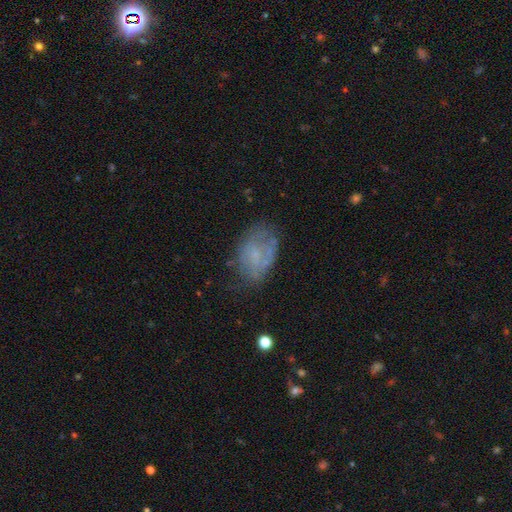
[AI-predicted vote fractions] smooth-or-featured: smooth: 48% | featured or disk: 41% | star or artifact: 11%
  merging: none: 54% | minor disturbance: 27% | major disturbance: 16% | merger: 3%